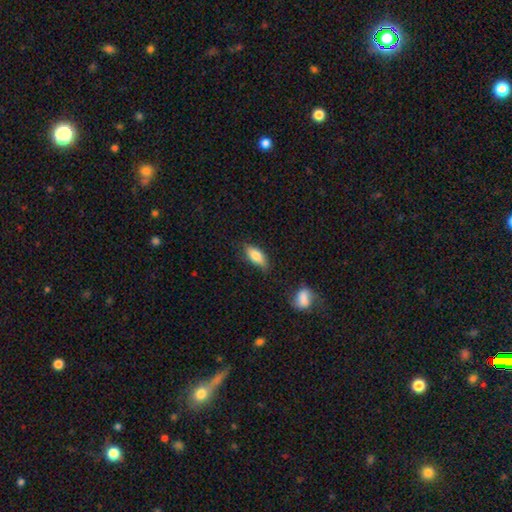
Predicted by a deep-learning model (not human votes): Q: Smooth or featured?
A: smooth (77%); runner-up: featured or disk (16%)
Q: How rounded?
A: in between (77%); runner-up: cigar-shaped (20%)
Q: Merging?
A: none (71%); runner-up: minor disturbance (22%)